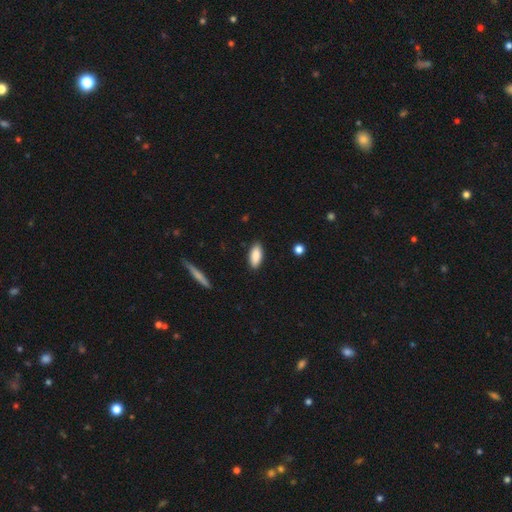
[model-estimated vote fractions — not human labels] This is clearly a smooth galaxy (87%). How rounded: clearly in between (82%). Merging: clearly none (89%).